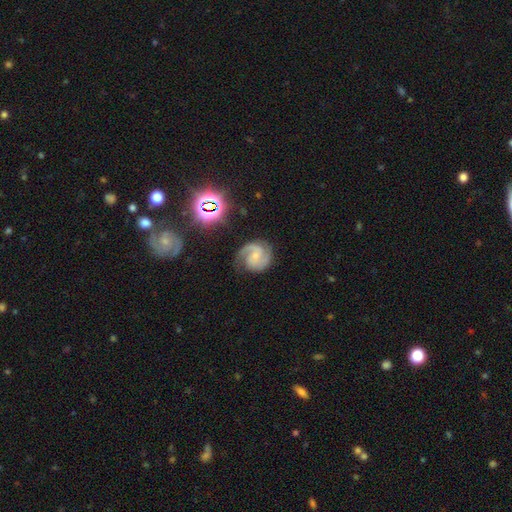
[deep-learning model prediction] Smooth or featured?
  - featured or disk: 86% *
  - smooth: 7%
  - star or artifact: 7%
Edge-on disk?
  - no: 98% *
  - yes: 2%
Bar?
  - no: 56% *
  - weak: 35%
  - strong: 9%
Spiral arms?
  - yes: 98% *
  - no: 2%
Spiral winding?
  - medium: 52% *
  - tight: 35%
  - loose: 13%
Spiral arm count?
  - 2: 83% *
  - 3: 6%
  - can't tell: 4%
  - 1: 4%
  - 4: 1%
  - more than 4: 1%
Bulge size?
  - small: 70% *
  - moderate: 20%
  - none: 8%
  - large: 1%
  - dominant: 1%
Merging?
  - none: 75% *
  - minor disturbance: 17%
  - major disturbance: 7%
  - merger: 1%